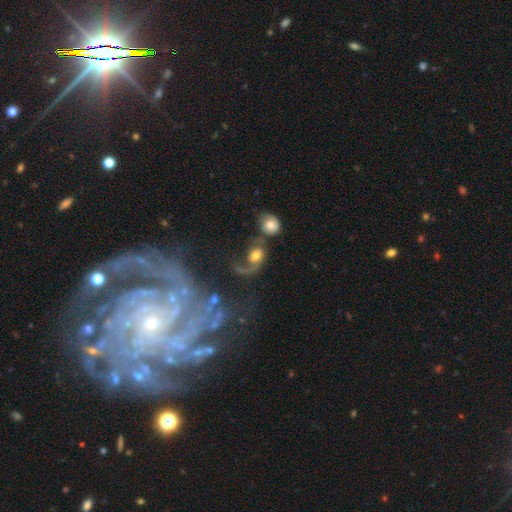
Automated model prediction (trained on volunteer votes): The model was most divided on "merging": major disturbance: 36%, merger: 28%, none: 23%, minor disturbance: 12%. Remaining: smooth or featured — featured or disk (49%).